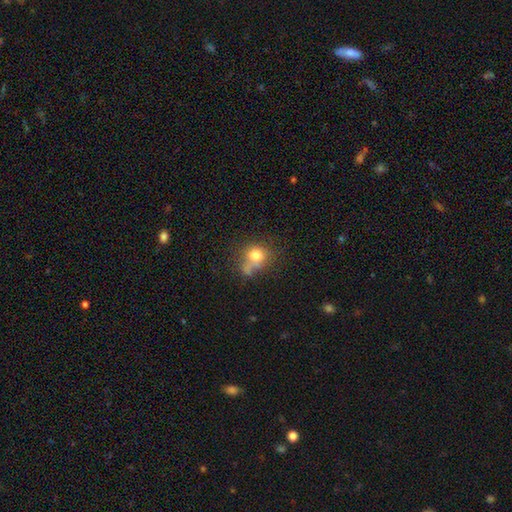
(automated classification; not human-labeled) This is likely a smooth galaxy (75%). How rounded: likely round (73%). Merging: marginally none (40%).